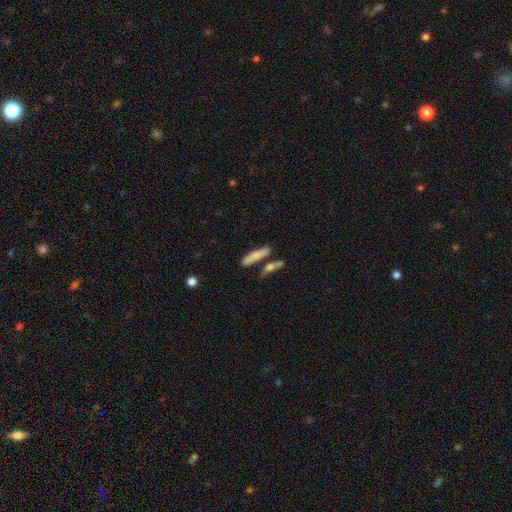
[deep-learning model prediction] Overall: smooth (75%). How rounded: cigar-shaped (83%). Merging: none (69%).